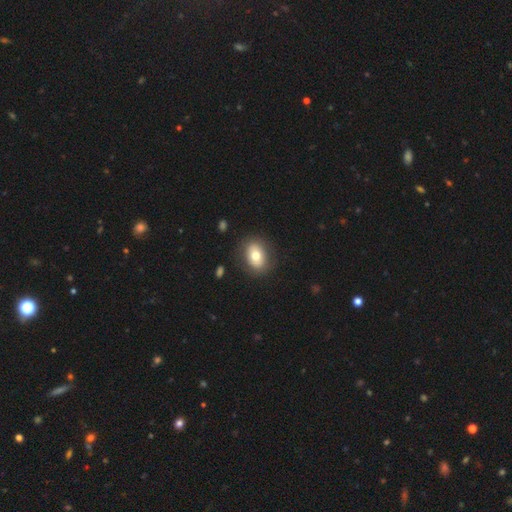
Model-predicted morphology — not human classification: smooth-or-featured: smooth: 72% | featured or disk: 20% | star or artifact: 8%
  how-rounded: in between: 70% | round: 28% | cigar-shaped: 1%
  merging: none: 84% | minor disturbance: 11% | major disturbance: 4% | merger: 1%